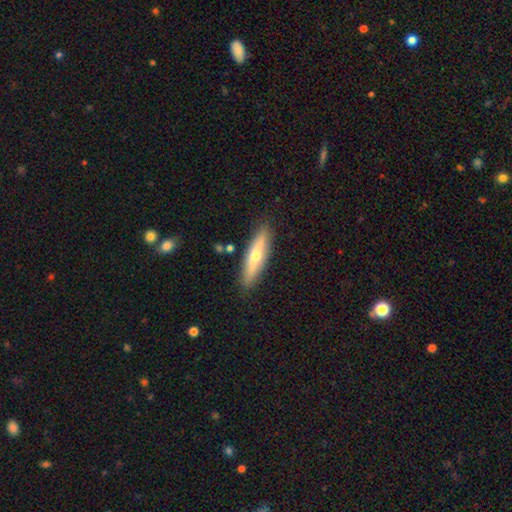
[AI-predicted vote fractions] smooth-or-featured: smooth: 48% | featured or disk: 46% | star or artifact: 6%
  merging: none: 87% | minor disturbance: 9% | major disturbance: 2% | merger: 2%